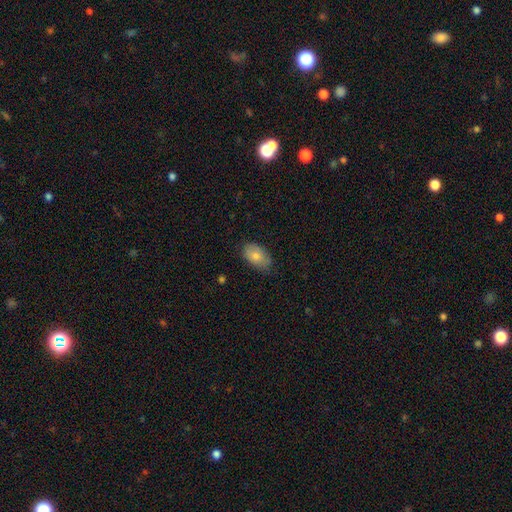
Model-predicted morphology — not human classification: This appears to be a smooth galaxy with no disk features (79%) that is in between round and cigar-shaped (92%). Merging: none (70%).